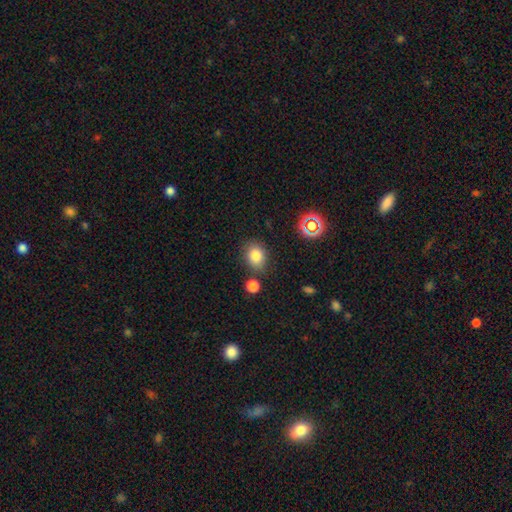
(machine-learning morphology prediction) Smooth or featured? Predicted: smooth (p=0.82). How rounded? Predicted: round (p=0.50). Merging? Predicted: none (p=0.76).